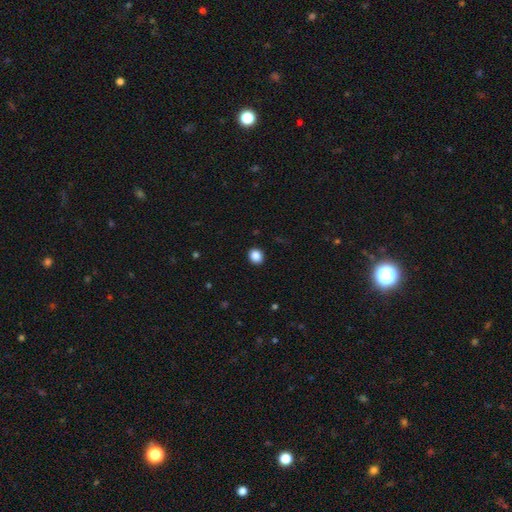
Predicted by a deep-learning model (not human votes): Smooth or featured: smooth — 88% (star or artifact — 9%)
How rounded: round — 66% (in between — 33%)
Merging: none — 92% (minor disturbance — 5%)